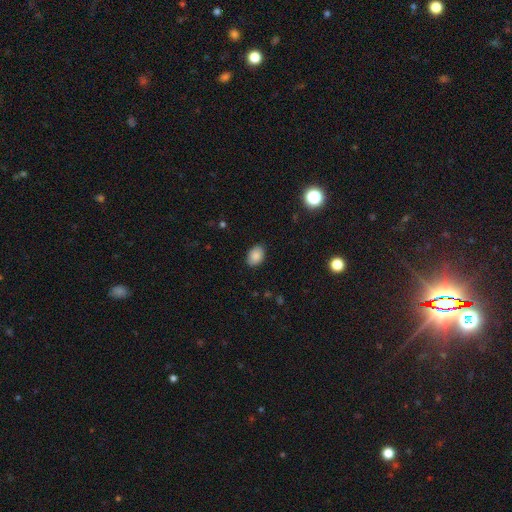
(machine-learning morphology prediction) A smooth galaxy with no disk features (87%) that is in between round and cigar-shaped (81%). Merging: none (85%).